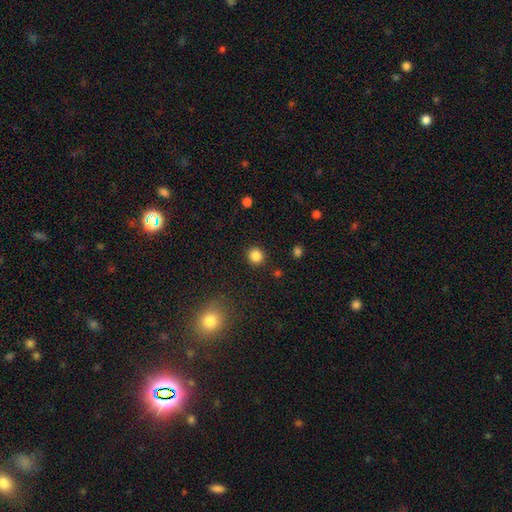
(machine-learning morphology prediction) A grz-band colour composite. It shows a smooth galaxy with no disk features (84%) that is round (91%). Merging: none (91%).